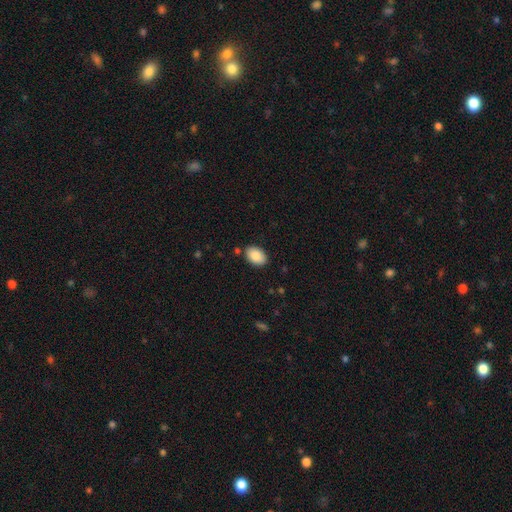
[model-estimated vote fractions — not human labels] Smooth or featured? Predicted: smooth (p=0.88). How rounded? Predicted: in between (p=0.86). Merging? Predicted: none (p=0.86).